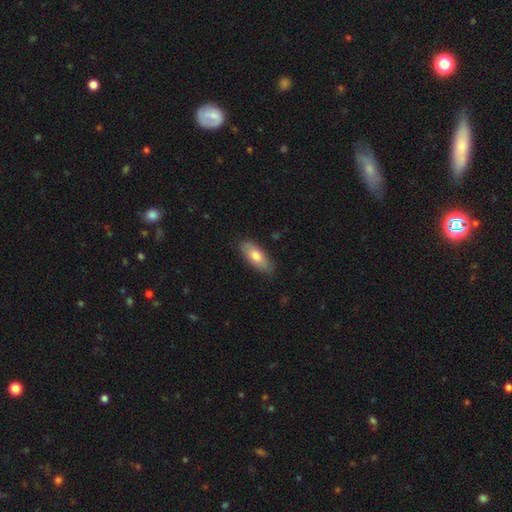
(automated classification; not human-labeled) A smooth galaxy with no disk features (76%) that is in between round and cigar-shaped (81%). Merging: none (82%).